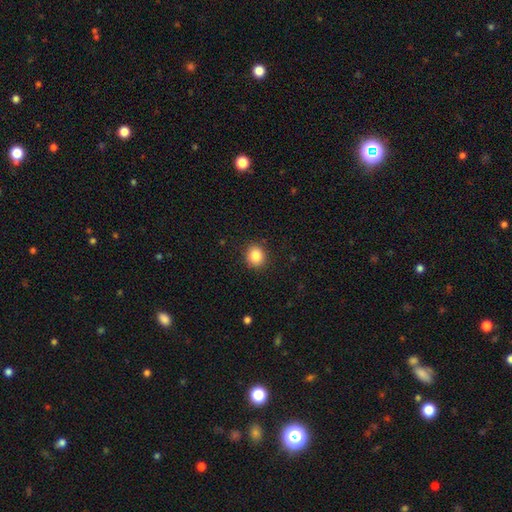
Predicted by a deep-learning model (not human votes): smooth_or_featured: smooth (p=0.85) [alt: star or artifact p=0.10]
how_rounded: round (p=0.77) [alt: in between p=0.22]
merging: none (p=0.89) [alt: minor disturbance p=0.08]